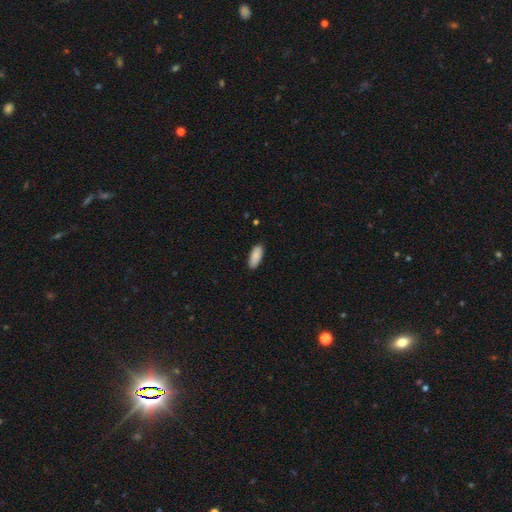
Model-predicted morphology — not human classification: smooth-or-featured: smooth: 89% | star or artifact: 6% | featured or disk: 5%
  how-rounded: in between: 82% | cigar-shaped: 16% | round: 2%
  merging: none: 87% | minor disturbance: 10% | major disturbance: 2% | merger: 1%